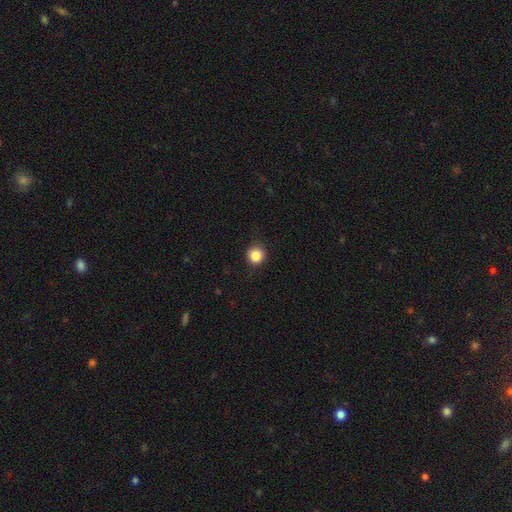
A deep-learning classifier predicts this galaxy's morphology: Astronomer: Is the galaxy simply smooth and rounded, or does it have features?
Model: smooth — 86%.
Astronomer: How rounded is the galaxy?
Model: round — 93%.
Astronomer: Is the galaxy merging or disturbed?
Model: none — 89%.